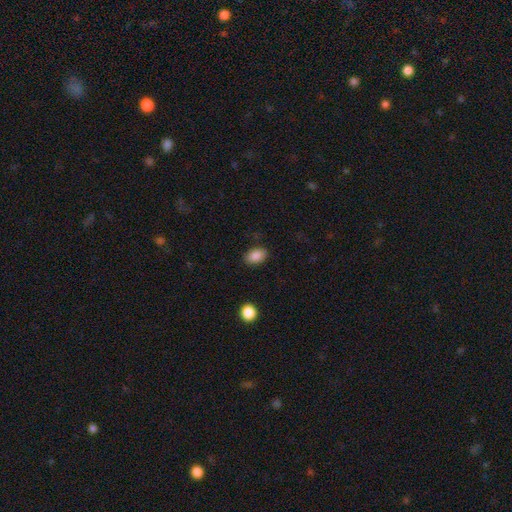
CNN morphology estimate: Smooth or featured?
  - smooth: 86% *
  - star or artifact: 8%
  - featured or disk: 5%
How rounded?
  - in between: 87% *
  - round: 12%
  - cigar-shaped: 1%
Merging?
  - none: 85% *
  - minor disturbance: 11%
  - major disturbance: 3%
  - merger: 1%